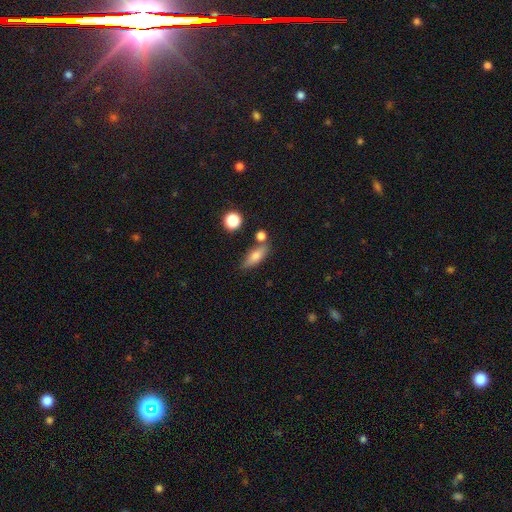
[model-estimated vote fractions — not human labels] Overall: smooth (66%). How rounded: in between (59%; cigar-shaped 35%). Merging: none (67%).